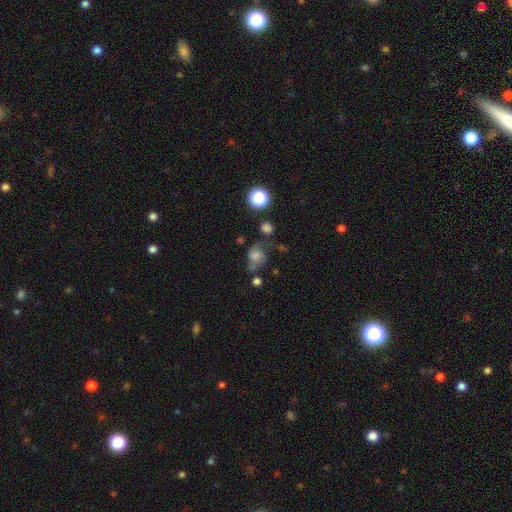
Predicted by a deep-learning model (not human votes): Smooth or featured? smooth (47%)
Merging? none (41%)